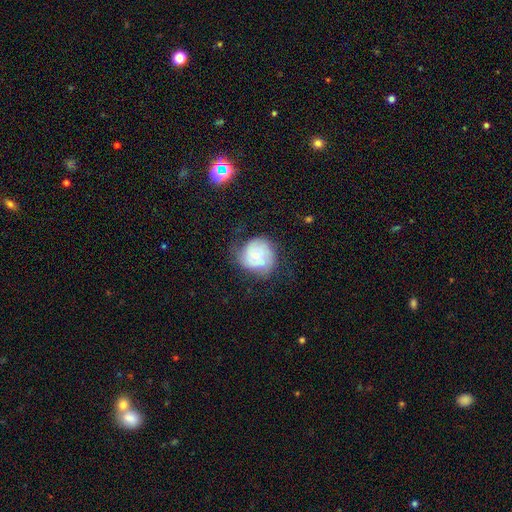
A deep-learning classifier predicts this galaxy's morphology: Q: Smooth or featured?
A: featured or disk (56%); runner-up: smooth (36%)
Q: Edge-on disk?
A: no (98%); runner-up: yes (2%)
Q: Bar?
A: no (76%); runner-up: weak (20%)
Q: Spiral arms?
A: yes (74%); runner-up: no (26%)
Q: Bulge size?
A: small (58%); runner-up: moderate (37%)
Q: Merging?
A: none (45%); runner-up: minor disturbance (27%)